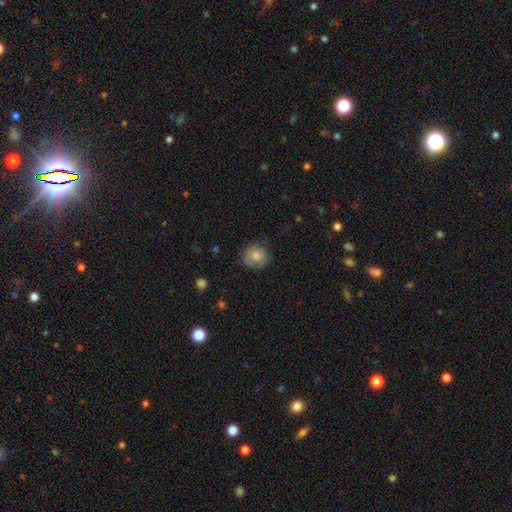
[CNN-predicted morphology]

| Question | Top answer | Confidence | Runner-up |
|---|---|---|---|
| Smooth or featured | smooth | 80% | featured or disk (12%) |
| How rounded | round | 84% | in between (15%) |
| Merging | none | 71% | minor disturbance (22%) |